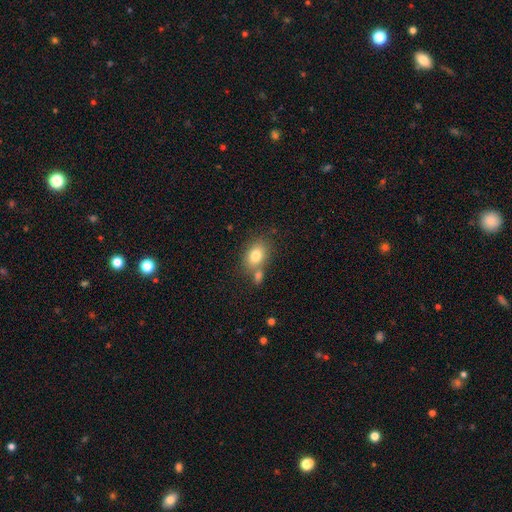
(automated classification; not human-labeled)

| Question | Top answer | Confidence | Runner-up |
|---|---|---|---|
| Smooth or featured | smooth | 79% | featured or disk (12%) |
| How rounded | in between | 76% | round (22%) |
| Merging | none | 57% | merger (26%) |